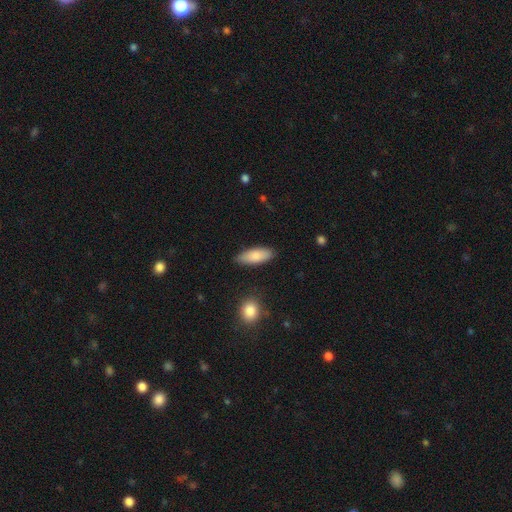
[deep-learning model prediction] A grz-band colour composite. It shows a smooth galaxy with no disk features (84%) that is in between round and cigar-shaped (73%). Merging: none (85%).